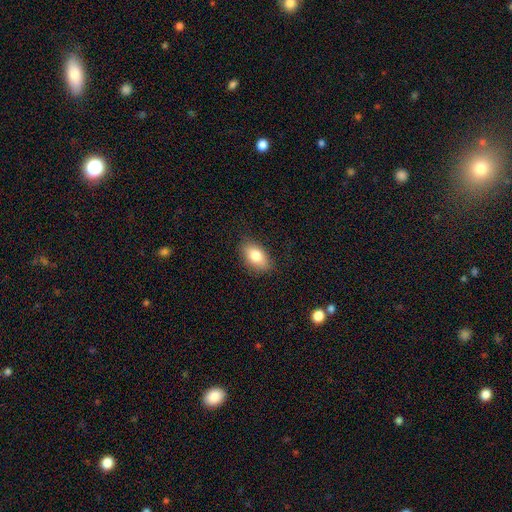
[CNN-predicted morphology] This is clearly a smooth galaxy (82%). How rounded: clearly in between (91%). Merging: clearly none (83%).